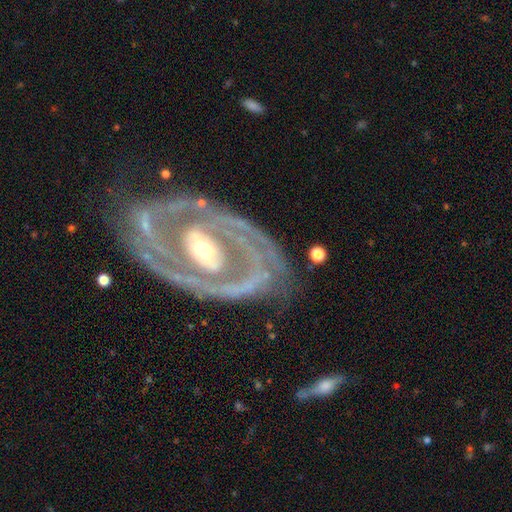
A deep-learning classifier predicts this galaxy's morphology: The model was most divided on "bar": no: 43%, weak: 29%, strong: 28%. More confident: edge-on disk — no (95%); spiral arms — yes (93%); smooth or featured — featured or disk (91%); spiral arm count — 2 (73%); merging — none (72%); bulge size — moderate (62%); spiral winding — tight (59%).